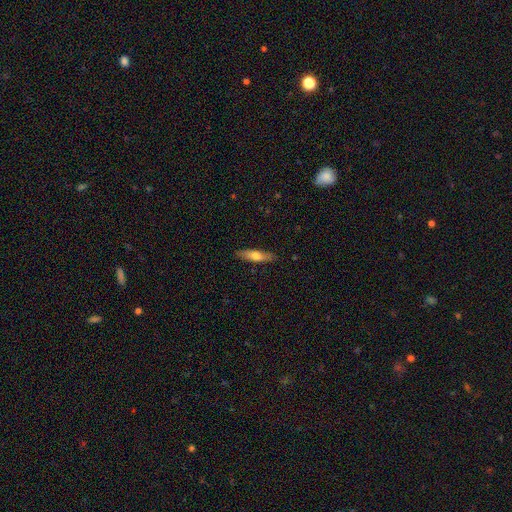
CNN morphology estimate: smooth 57%, featured or disk 37%, star or artifact 6%. Down the decision tree: how rounded — cigar-shaped (71%); merging — none (87%).